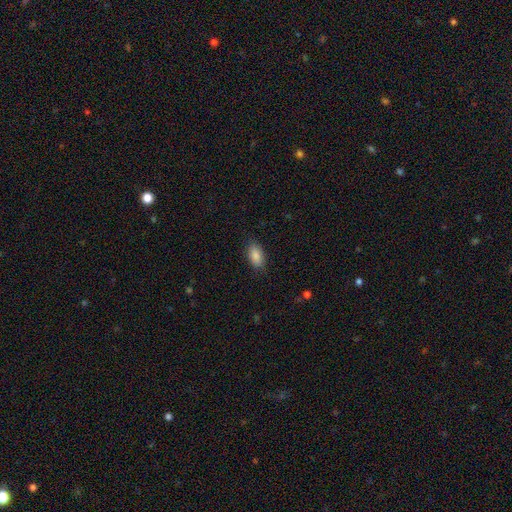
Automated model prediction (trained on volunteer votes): Smooth or featured? Predicted: smooth (p=0.87). How rounded? Predicted: in between (p=0.91). Merging? Predicted: none (p=0.86).